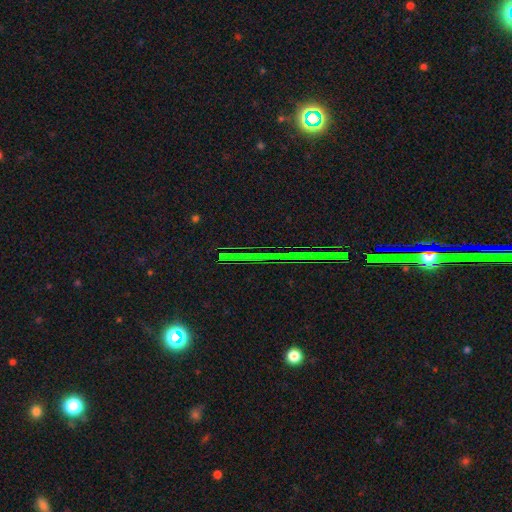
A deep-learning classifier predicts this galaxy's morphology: Smooth or featured? star or artifact (74%)